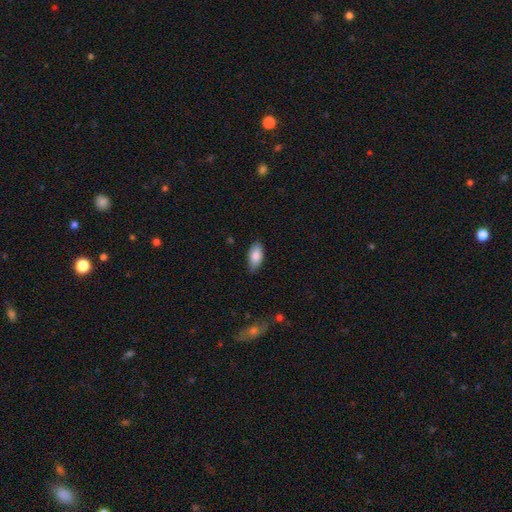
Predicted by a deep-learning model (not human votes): Overall: smooth (86%). How rounded: in between (92%). Merging: none (82%).